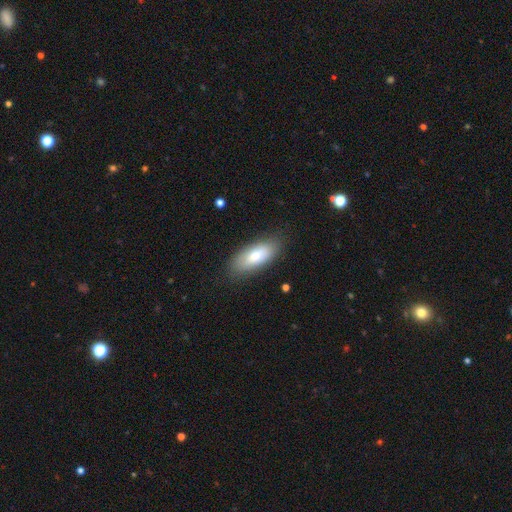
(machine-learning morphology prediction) A smooth galaxy with no disk features (76%) that is in between round and cigar-shaped (81%). Merging: none (83%).